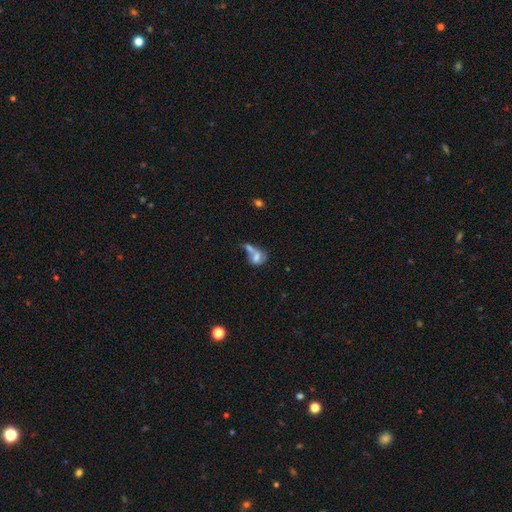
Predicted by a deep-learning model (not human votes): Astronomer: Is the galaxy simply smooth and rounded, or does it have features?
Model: smooth — 59%.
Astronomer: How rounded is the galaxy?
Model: in between — 66%.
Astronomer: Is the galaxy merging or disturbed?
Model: merger — 58%.